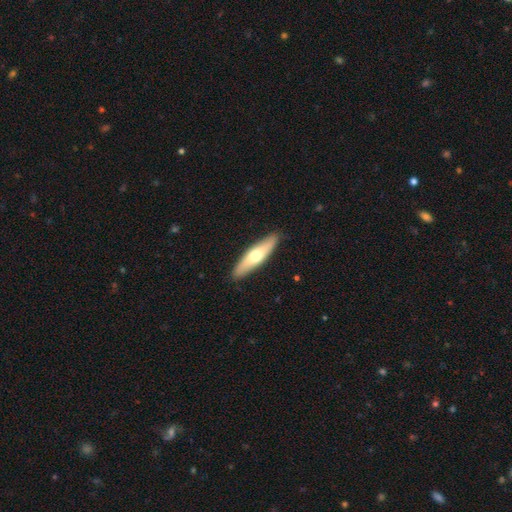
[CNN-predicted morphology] This appears to be a smooth galaxy with no disk features (57%) that is cigar-shaped (68%). Merging: none (88%).